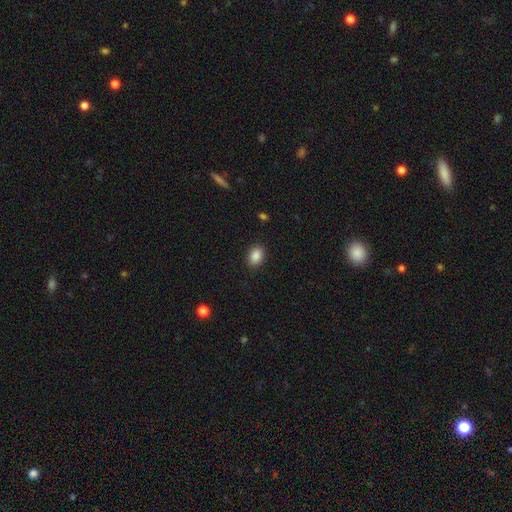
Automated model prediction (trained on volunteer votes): Q: Smooth or featured?
A: smooth (88%); runner-up: star or artifact (9%)
Q: How rounded?
A: in between (70%); runner-up: round (29%)
Q: Merging?
A: none (88%); runner-up: minor disturbance (8%)